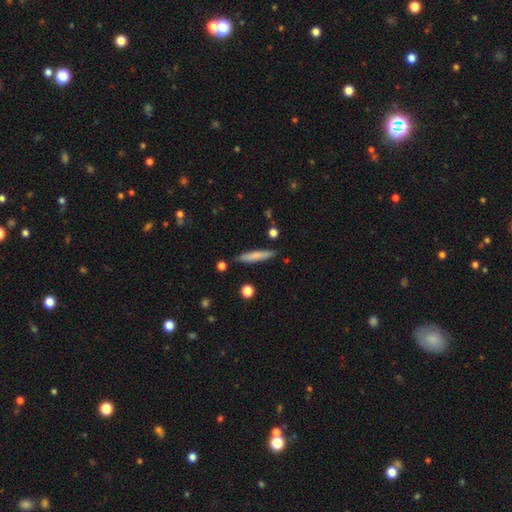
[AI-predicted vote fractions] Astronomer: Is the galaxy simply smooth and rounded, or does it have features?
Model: smooth — 72%.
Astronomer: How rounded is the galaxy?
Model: cigar-shaped — 91%.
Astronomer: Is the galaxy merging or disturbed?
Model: none — 86%.